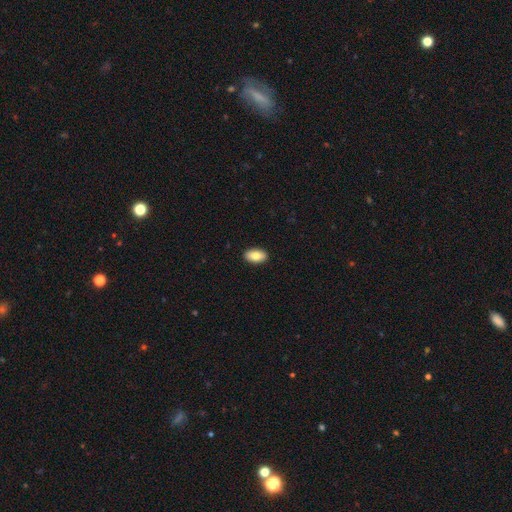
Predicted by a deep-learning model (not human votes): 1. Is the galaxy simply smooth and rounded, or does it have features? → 80% smooth, 13% featured or disk, 7% star or artifact.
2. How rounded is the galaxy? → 93% in between, 4% round, 3% cigar-shaped.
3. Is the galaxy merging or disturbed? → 91% none, 7% minor disturbance, 2% major disturbance, 1% merger.